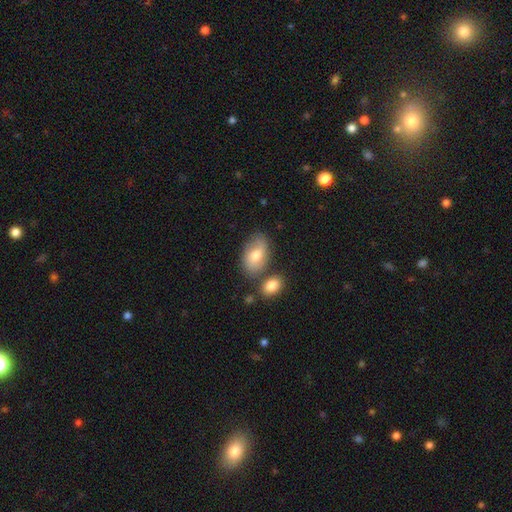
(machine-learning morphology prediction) smooth 67%, featured or disk 25%, star or artifact 8%. Down the decision tree: how rounded — in between (90%); merging — none (62%).